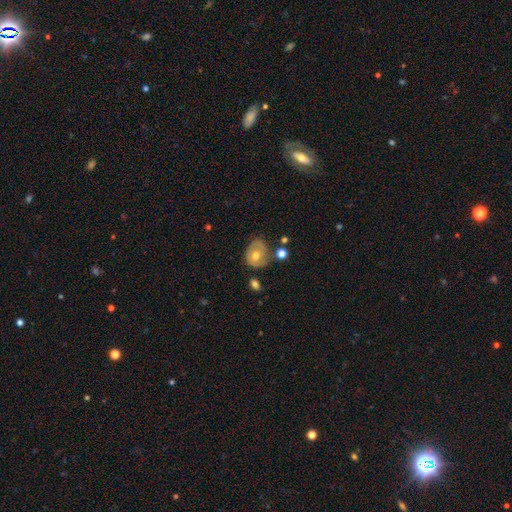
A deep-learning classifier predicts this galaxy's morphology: type=featured or disk (47%); merging=none (53%).